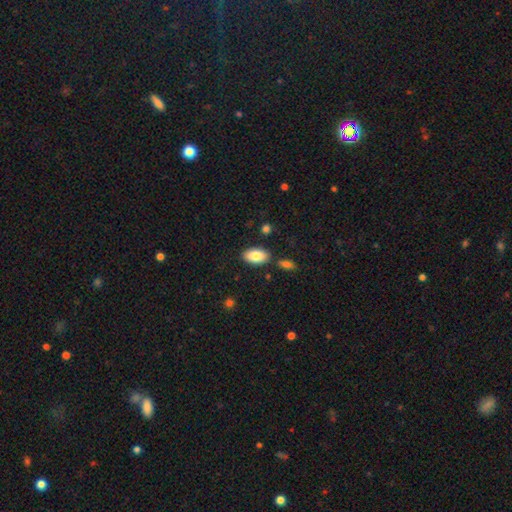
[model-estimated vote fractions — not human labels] Smooth or featured? Predicted: smooth (p=0.84). How rounded? Predicted: in between (p=0.95). Merging? Predicted: none (p=0.84).